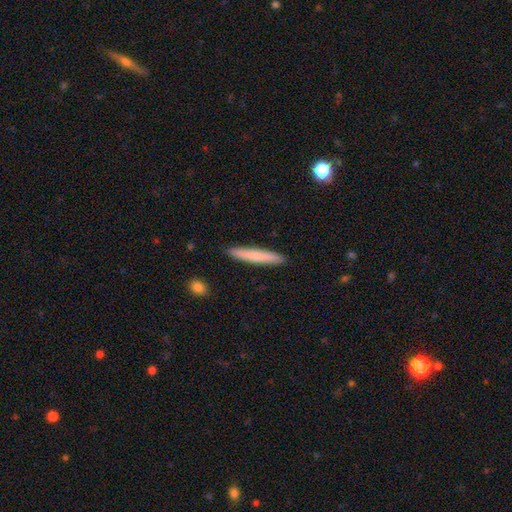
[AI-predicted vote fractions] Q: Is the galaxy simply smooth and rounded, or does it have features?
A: smooth — 74%.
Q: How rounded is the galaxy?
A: cigar-shaped — 95%.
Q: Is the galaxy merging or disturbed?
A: none — 92%.